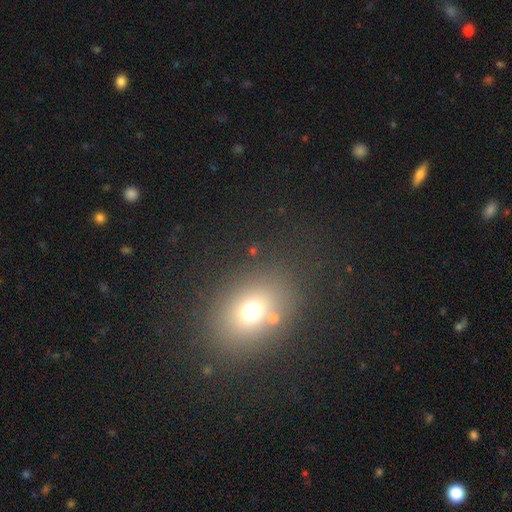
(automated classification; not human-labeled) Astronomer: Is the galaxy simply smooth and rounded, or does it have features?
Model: smooth — 63%.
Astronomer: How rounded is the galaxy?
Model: in between — 54% (runner-up: round, 45%).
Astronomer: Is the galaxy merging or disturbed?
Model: none — 79%.